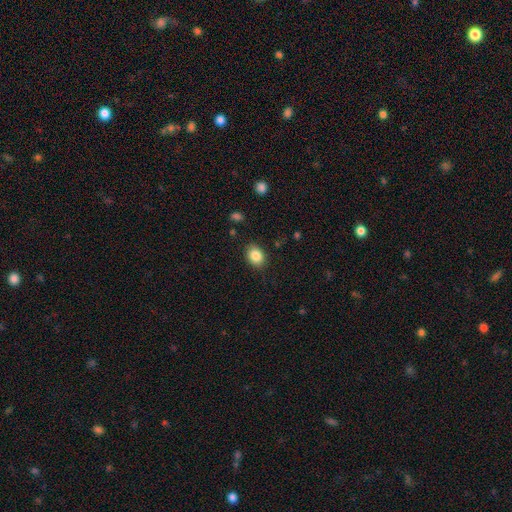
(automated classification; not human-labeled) A smooth galaxy with no disk features (86%) that is in between round and cigar-shaped (60%).

Vote fractions:
- Smooth or featured? smooth: 86% / star or artifact: 9% / featured or disk: 6%
- How rounded? in between: 60% / round: 40% / cigar-shaped: 1%
- Merging? none: 86% / minor disturbance: 10% / major disturbance: 3% / merger: 1%